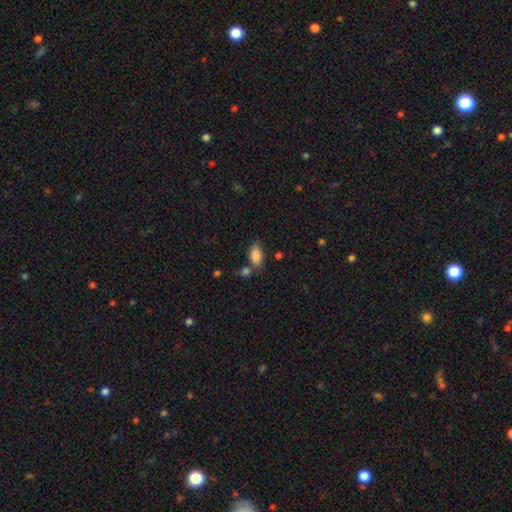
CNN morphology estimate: smooth-or-featured: smooth: 86% | star or artifact: 8% | featured or disk: 6%
  how-rounded: in between: 92% | round: 5% | cigar-shaped: 3%
  merging: none: 61% | minor disturbance: 17% | merger: 17% | major disturbance: 5%